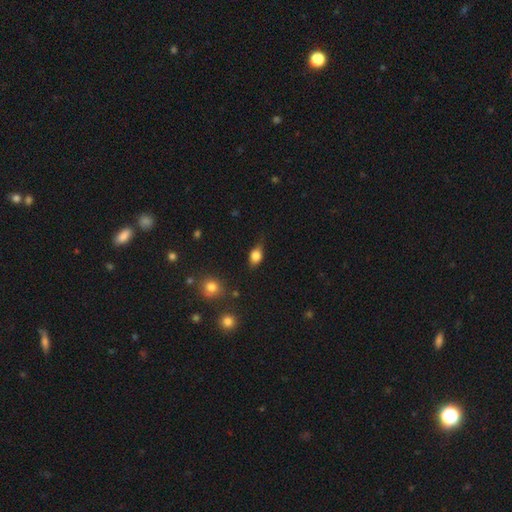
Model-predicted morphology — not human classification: type=smooth (77%); roundness=in between (75%); merging=none (65%).